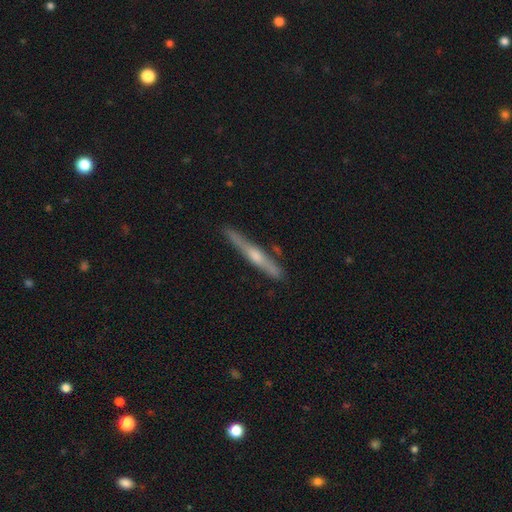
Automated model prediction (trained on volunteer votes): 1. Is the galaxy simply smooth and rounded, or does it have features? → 66% featured or disk, 29% smooth, 6% star or artifact.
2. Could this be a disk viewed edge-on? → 96% yes, 4% no.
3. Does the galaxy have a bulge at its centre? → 75% rounded, 17% none, 8% boxy.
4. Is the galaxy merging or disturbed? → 84% none, 12% minor disturbance, 3% merger, 2% major disturbance.